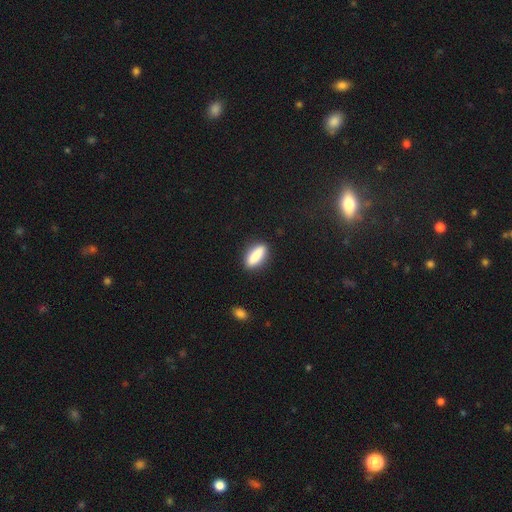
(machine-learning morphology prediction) A smooth galaxy with no disk features (86%) that is in between round and cigar-shaped (62%). Merging: none (86%).